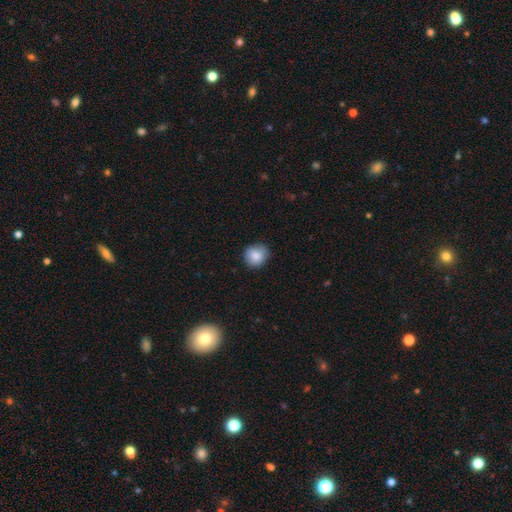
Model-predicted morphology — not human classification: The model was most divided on "how rounded": round: 83%, in between: 16%, cigar-shaped: 1%. More confident: smooth or featured — smooth (86%); merging — none (82%).